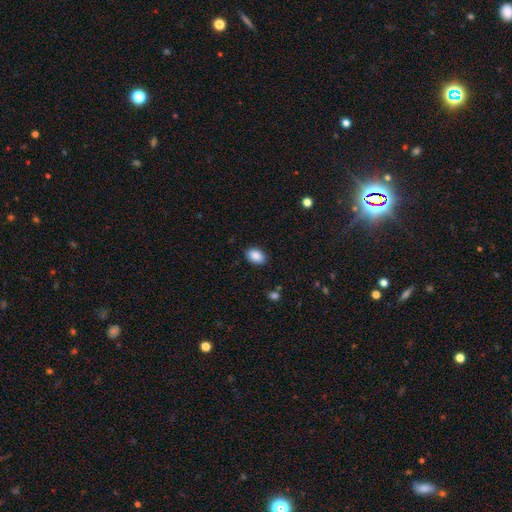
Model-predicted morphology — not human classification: Smooth or featured?
  - smooth: 89% *
  - star or artifact: 8%
  - featured or disk: 4%
How rounded?
  - in between: 84% *
  - round: 14%
  - cigar-shaped: 1%
Merging?
  - none: 88% *
  - minor disturbance: 9%
  - major disturbance: 2%
  - merger: 1%